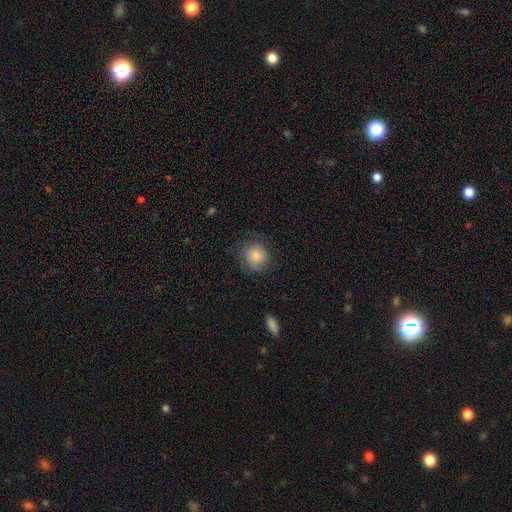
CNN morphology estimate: A smooth galaxy with no disk features (77%) that is round (85%). Merging: none (73%).